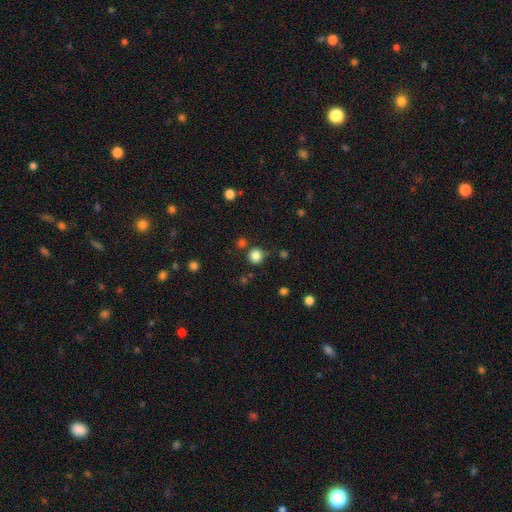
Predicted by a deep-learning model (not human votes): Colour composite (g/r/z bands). It shows a smooth galaxy with no disk features (84%) that is round (92%). Merging: none (80%).